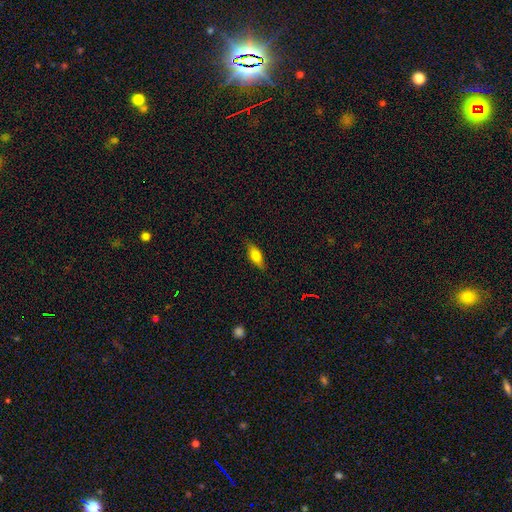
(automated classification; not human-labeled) This appears to be a smooth galaxy with no disk features (71%) that is in between round and cigar-shaped (71%). Merging: none (83%).